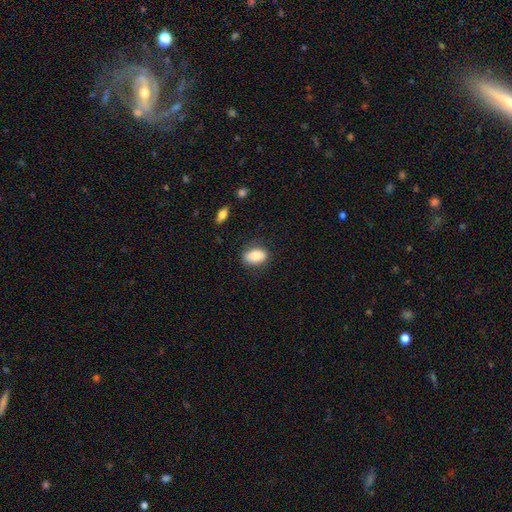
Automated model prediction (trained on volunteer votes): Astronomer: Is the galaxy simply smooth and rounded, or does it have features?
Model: smooth — 84%.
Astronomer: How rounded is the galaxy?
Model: in between — 86%.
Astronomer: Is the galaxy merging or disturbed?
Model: none — 79%.